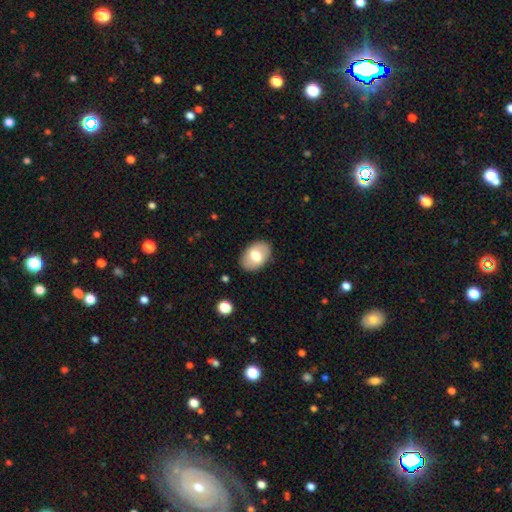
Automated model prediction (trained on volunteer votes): smooth_or_featured: smooth (p=0.69) [alt: featured or disk p=0.24]
how_rounded: in between (p=0.85) [alt: round p=0.14]
merging: none (p=0.87) [alt: minor disturbance p=0.09]